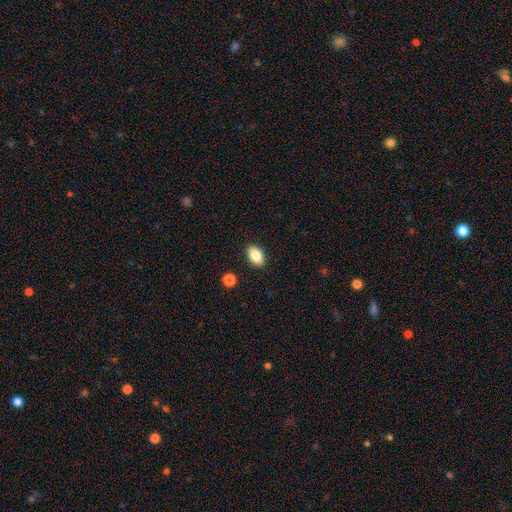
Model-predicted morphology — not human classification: Smooth or featured?
  - smooth: 84% *
  - star or artifact: 8%
  - featured or disk: 8%
How rounded?
  - in between: 89% *
  - round: 9%
  - cigar-shaped: 2%
Merging?
  - none: 88% *
  - minor disturbance: 8%
  - major disturbance: 2%
  - merger: 2%